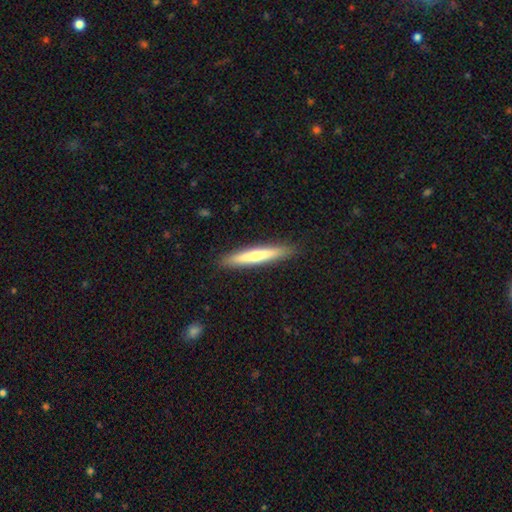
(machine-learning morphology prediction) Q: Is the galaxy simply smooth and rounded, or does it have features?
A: smooth — 54%.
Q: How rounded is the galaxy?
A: cigar-shaped — 94%.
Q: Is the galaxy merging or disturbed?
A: none — 90%.